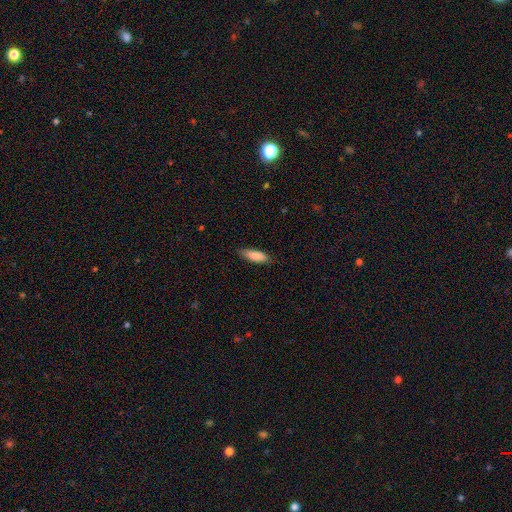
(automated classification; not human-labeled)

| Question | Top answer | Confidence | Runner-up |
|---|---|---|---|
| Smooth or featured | smooth | 87% | featured or disk (7%) |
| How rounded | in between | 59% | cigar-shaped (39%) |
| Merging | none | 79% | minor disturbance (17%) |